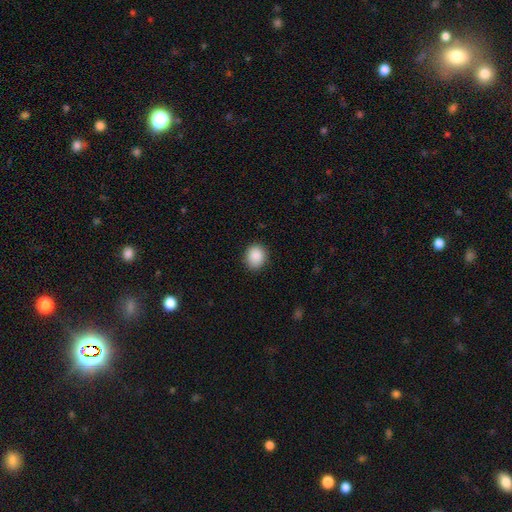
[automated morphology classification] smooth_or_featured: smooth (p=0.89) [alt: star or artifact p=0.08]
how_rounded: round (p=0.70) [alt: in between p=0.29]
merging: none (p=0.88) [alt: minor disturbance p=0.09]